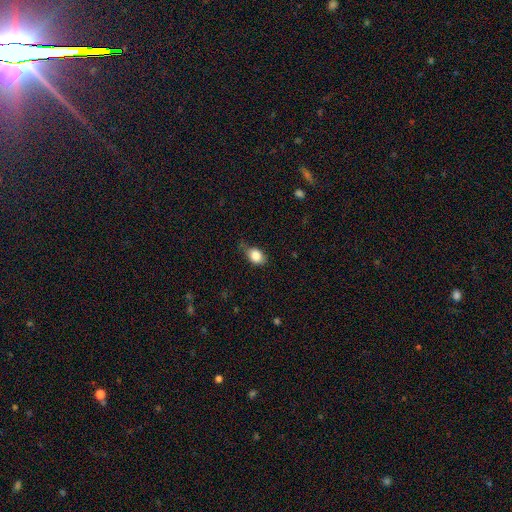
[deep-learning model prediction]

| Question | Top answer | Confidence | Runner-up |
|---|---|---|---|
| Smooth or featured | smooth | 85% | star or artifact (9%) |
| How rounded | in between | 72% | round (27%) |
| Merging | none | 61% | minor disturbance (30%) |